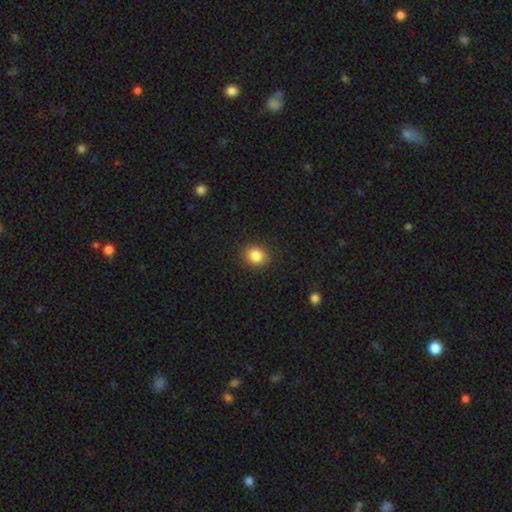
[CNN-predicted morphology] Smooth or featured?
  - smooth: 85% *
  - star or artifact: 10%
  - featured or disk: 5%
How rounded?
  - round: 69% *
  - in between: 30%
  - cigar-shaped: 1%
Merging?
  - none: 89% *
  - minor disturbance: 8%
  - major disturbance: 2%
  - merger: 1%